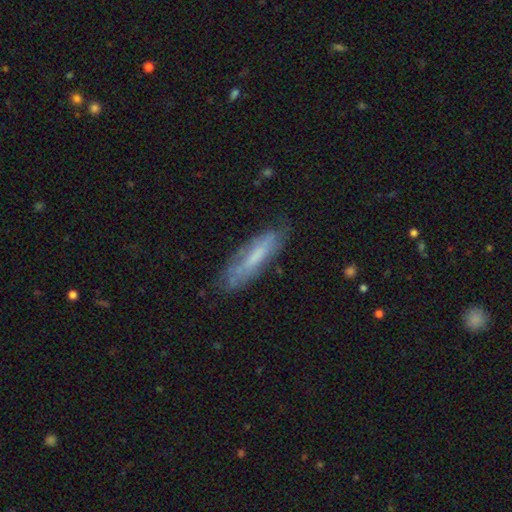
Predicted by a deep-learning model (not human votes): smooth_or_featured: smooth (p=0.50) [alt: featured or disk p=0.42]
how_rounded: cigar-shaped (p=0.69) [alt: in between p=0.29]
merging: none (p=0.71) [alt: minor disturbance p=0.21]